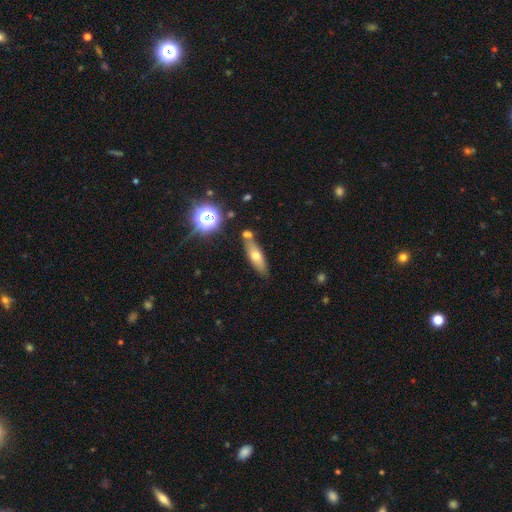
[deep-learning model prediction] Overall: smooth (58%; featured or disk 30%). How rounded: cigar-shaped (48%; in between 47%). Merging: none (69%).